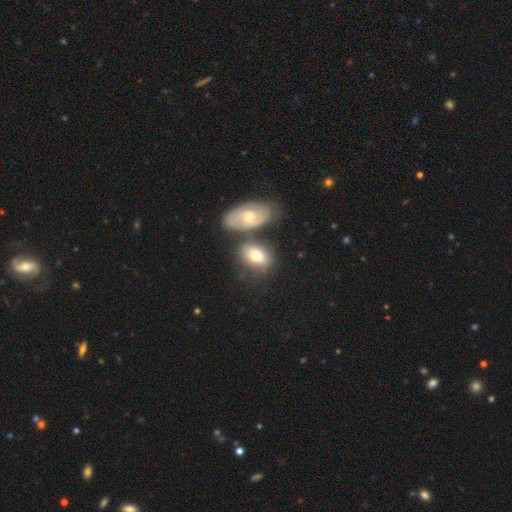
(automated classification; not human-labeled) A smooth galaxy with no disk features (63%) that is in between round and cigar-shaped (82%). Merging: none (50%).